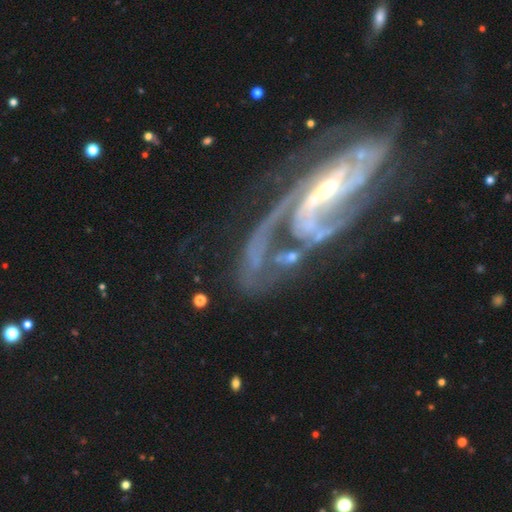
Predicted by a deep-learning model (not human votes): Smooth or featured: featured or disk — 87% (star or artifact — 8%)
Edge-on disk: no — 94% (yes — 6%)
Bar: strong — 37% (weak — 33%)
Spiral arms: yes — 91% (no — 9%)
Spiral winding: medium — 43% (tight — 31%)
Spiral arm count: 2 — 45% (can't tell — 18%)
Bulge size: small — 64% (moderate — 29%)
Merging: major disturbance — 37% (none — 33%)